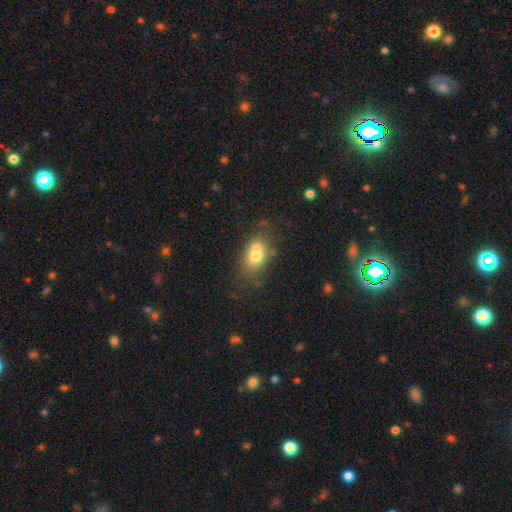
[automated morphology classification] A smooth galaxy with no disk features (66%) that is in between round and cigar-shaped (67%). Merging: merger (44%).